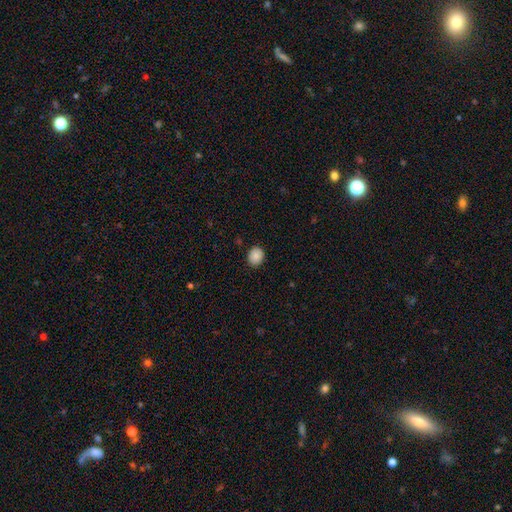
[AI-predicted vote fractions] Smooth or featured? Predicted: smooth (p=0.87). How rounded? Predicted: round (p=0.66). Merging? Predicted: none (p=0.86).